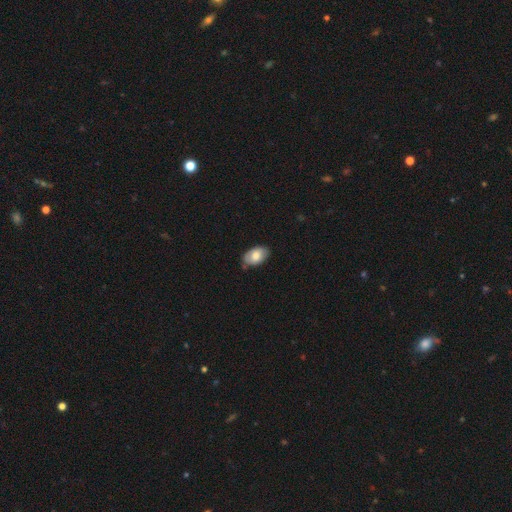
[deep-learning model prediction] smooth-or-featured: smooth: 73% | featured or disk: 20% | star or artifact: 7%
  how-rounded: in between: 92% | round: 7% | cigar-shaped: 1%
  merging: none: 75% | minor disturbance: 20% | major disturbance: 3% | merger: 2%